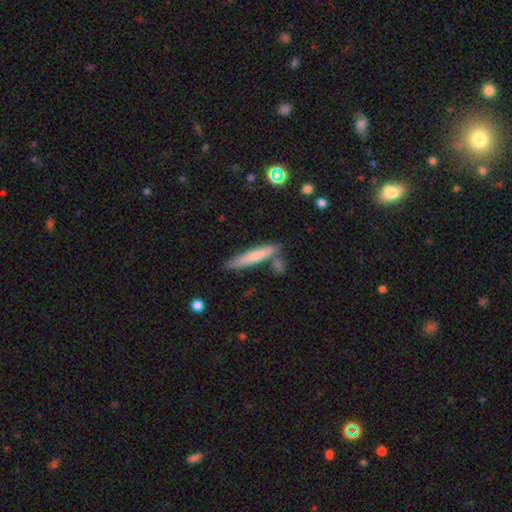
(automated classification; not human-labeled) smooth 71%, featured or disk 23%, star or artifact 6%. Down the decision tree: how rounded — cigar-shaped (91%); merging — none (72%).